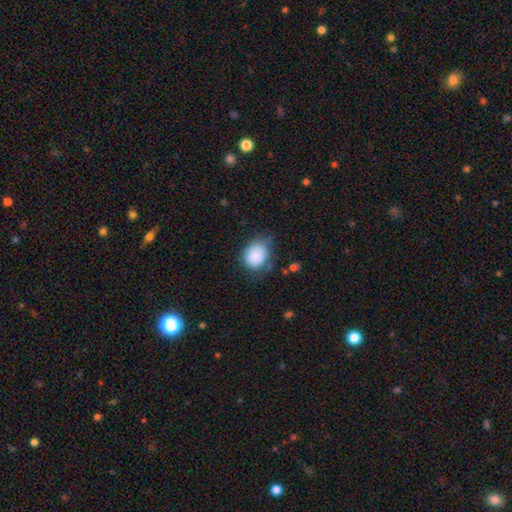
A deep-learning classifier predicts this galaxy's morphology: This appears to be a smooth galaxy with no disk features (85%) that is round (55%). Merging: none (55%).